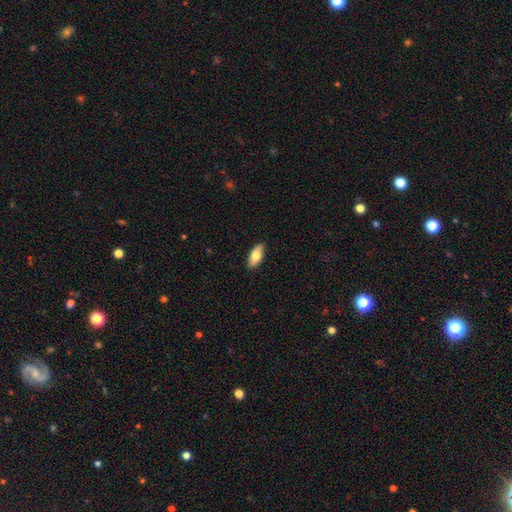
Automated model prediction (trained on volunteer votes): smooth 76%, featured or disk 18%, star or artifact 6%. Down the decision tree: how rounded — in between (88%); merging — none (89%).